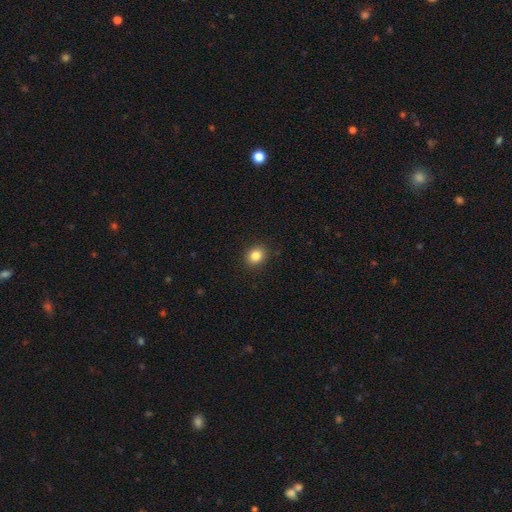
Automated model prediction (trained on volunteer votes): This appears to be a smooth galaxy with no disk features (84%) that is round (72%). Merging: none (91%).